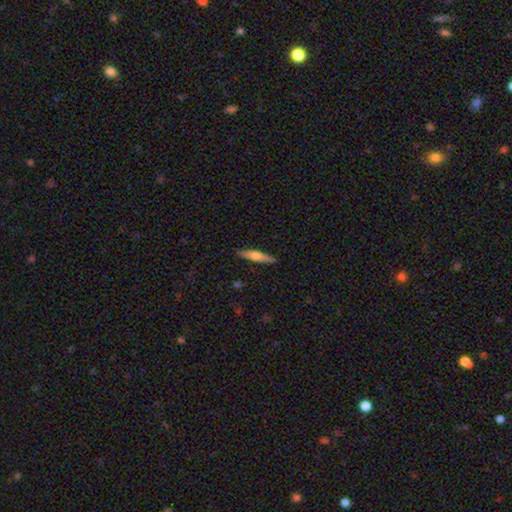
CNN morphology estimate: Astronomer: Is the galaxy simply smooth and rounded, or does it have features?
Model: smooth — 55% (runner-up: featured or disk, 40%).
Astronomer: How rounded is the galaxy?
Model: cigar-shaped — 88%.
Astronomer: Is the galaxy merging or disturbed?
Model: none — 90%.